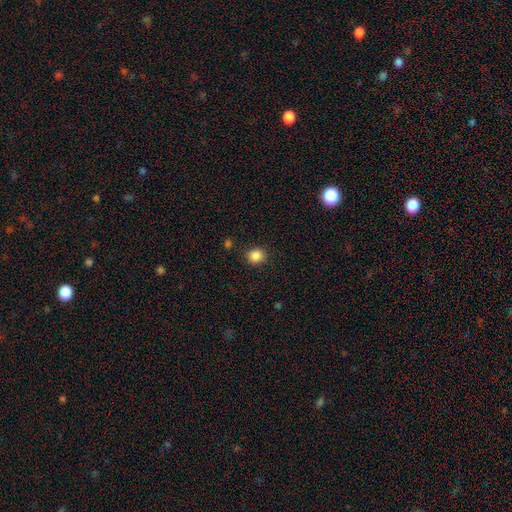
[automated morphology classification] smooth_or_featured: smooth (p=0.86) [alt: star or artifact p=0.11]
how_rounded: round (p=0.84) [alt: in between p=0.15]
merging: none (p=0.88) [alt: minor disturbance p=0.07]